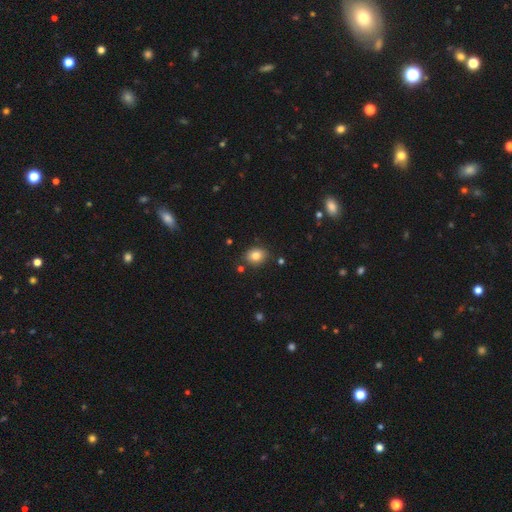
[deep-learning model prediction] The model was most divided on "how rounded": in between: 60%, round: 39%, cigar-shaped: 1%. More confident: merging — none (83%); smooth or featured — smooth (82%).